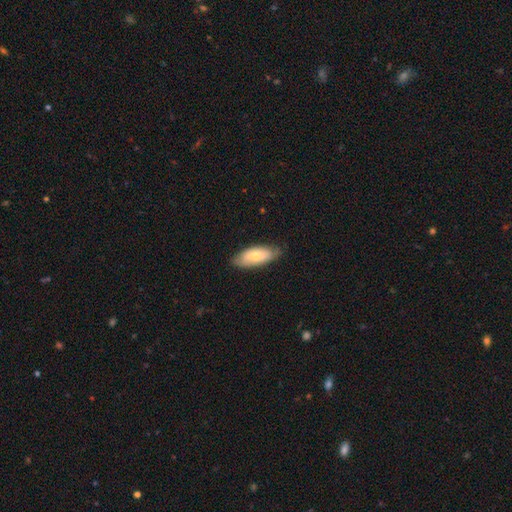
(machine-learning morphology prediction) type=smooth (66%); roundness=in between (81%); merging=none (79%).